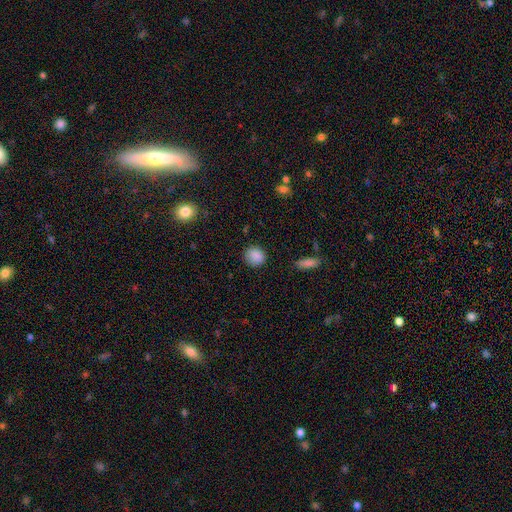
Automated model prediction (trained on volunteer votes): Smooth or featured: smooth — 87% (star or artifact — 9%)
How rounded: round — 78% (in between — 21%)
Merging: none — 85% (minor disturbance — 11%)